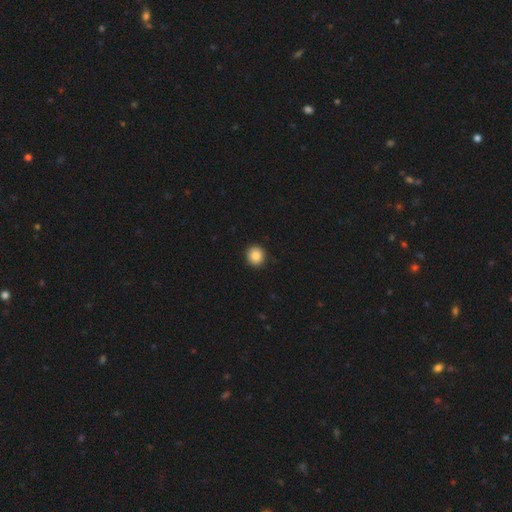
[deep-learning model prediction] Morphology: type=smooth (87%); roundness=round (87%); merging=none (93%).